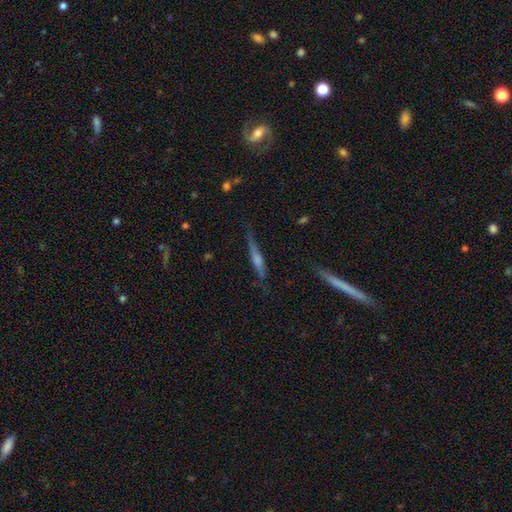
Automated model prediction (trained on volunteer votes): A featured or disk galaxy (62%) viewed edge-on (93%) with a rounded central bulge (52%).

Vote fractions:
- Smooth or featured? featured or disk: 62% / smooth: 29% / star or artifact: 9%
- Edge-on disk? yes: 93% / no: 7%
- Edge-on bulge? rounded: 52% / none: 30% / boxy: 17%
- Merging? none: 75% / minor disturbance: 18% / major disturbance: 5% / merger: 2%